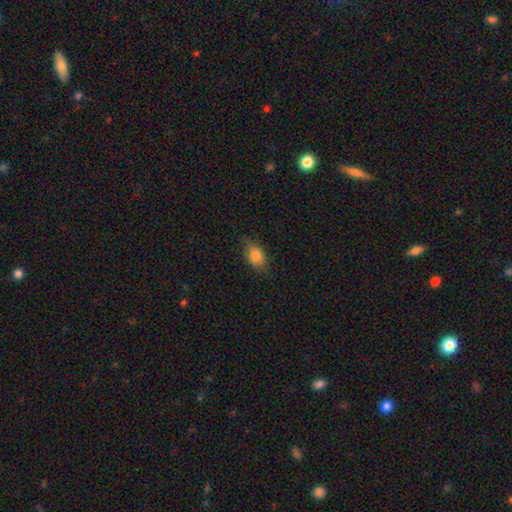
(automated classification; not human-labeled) smooth-or-featured: smooth: 80% | featured or disk: 11% | star or artifact: 9%
  how-rounded: in between: 75% | round: 21% | cigar-shaped: 4%
  merging: none: 74% | minor disturbance: 20% | major disturbance: 5% | merger: 1%